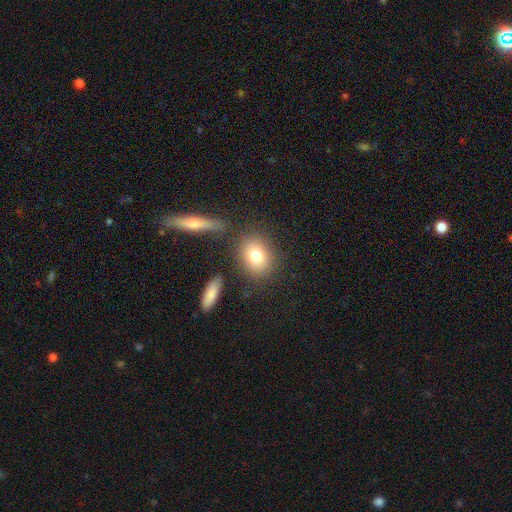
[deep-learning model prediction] This is likely a smooth galaxy (78%). How rounded: possibly round (49%). Merging: likely none (78%).